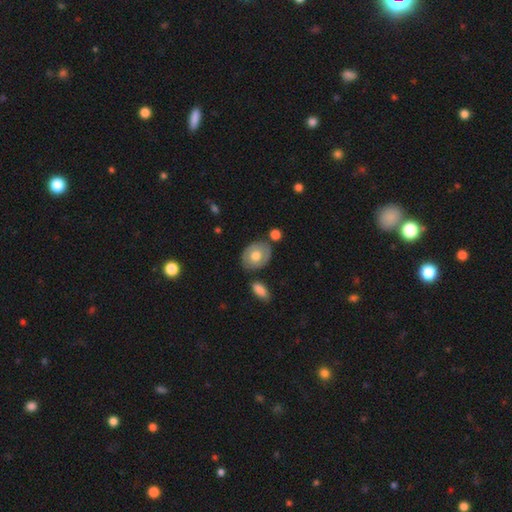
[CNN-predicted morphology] Smooth or featured? smooth (60%)
How rounded? in between (66%)
Merging? none (73%)